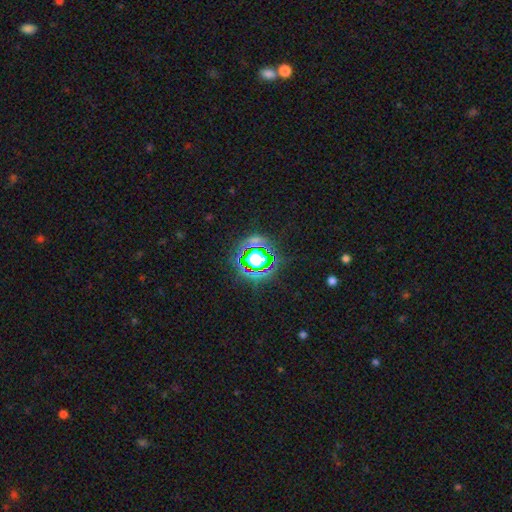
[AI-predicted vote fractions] Smooth or featured: star or artifact — 67% (smooth — 23%)